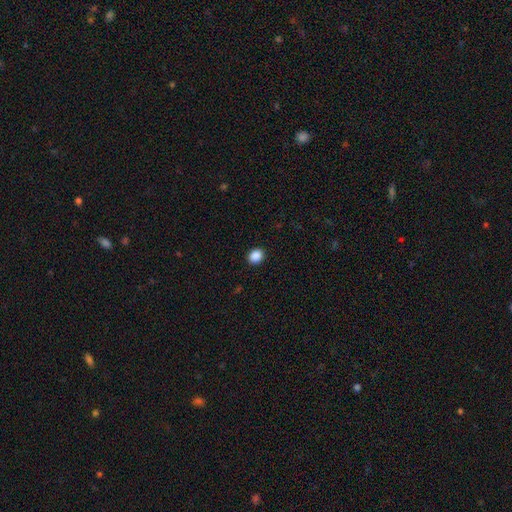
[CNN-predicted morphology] smooth_or_featured: smooth (p=0.88) [alt: star or artifact p=0.09]
how_rounded: round (p=0.68) [alt: in between p=0.31]
merging: none (p=0.92) [alt: minor disturbance p=0.06]